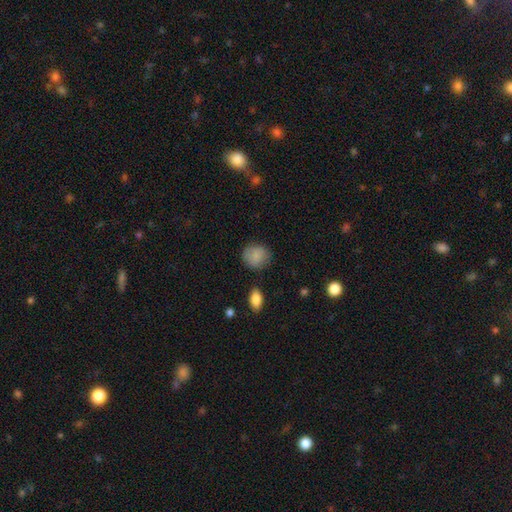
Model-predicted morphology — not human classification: This is clearly a smooth galaxy (85%). How rounded: likely round (76%). Merging: likely none (79%).